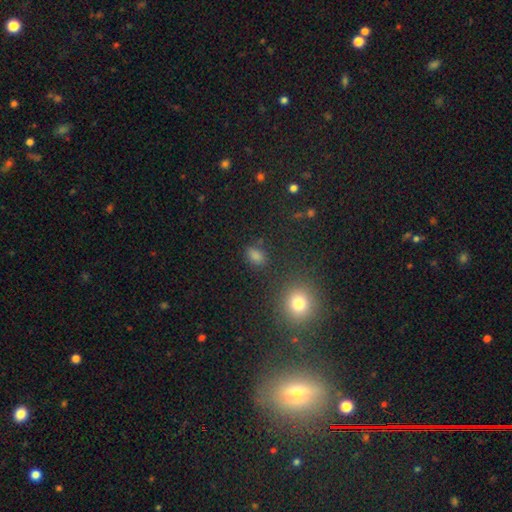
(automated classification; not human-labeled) smooth-or-featured: smooth: 76% | star or artifact: 19% | featured or disk: 5%
  how-rounded: in between: 72% | round: 25% | cigar-shaped: 2%
  merging: none: 81% | minor disturbance: 11% | major disturbance: 4% | merger: 4%